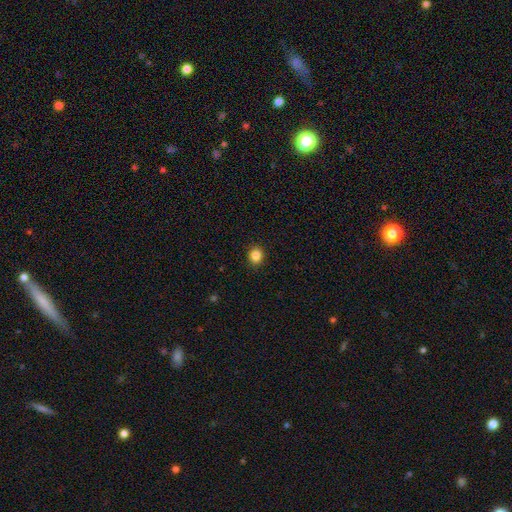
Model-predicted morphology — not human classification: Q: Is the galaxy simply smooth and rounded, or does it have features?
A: smooth — 86%.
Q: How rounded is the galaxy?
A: round — 73%.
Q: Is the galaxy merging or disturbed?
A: none — 92%.